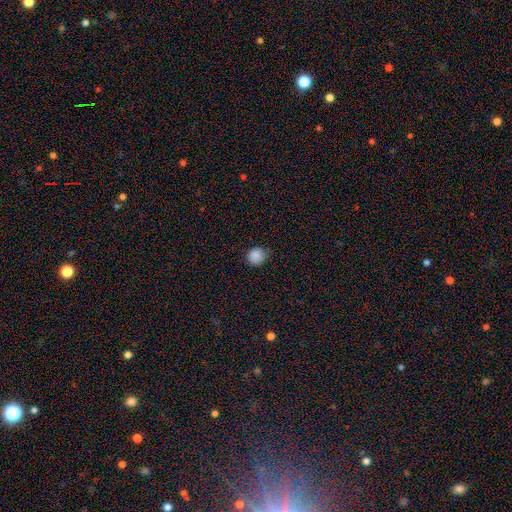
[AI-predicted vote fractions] smooth_or_featured: smooth (p=0.87) [alt: star or artifact p=0.10]
how_rounded: round (p=0.85) [alt: in between p=0.14]
merging: none (p=0.79) [alt: minor disturbance p=0.17]